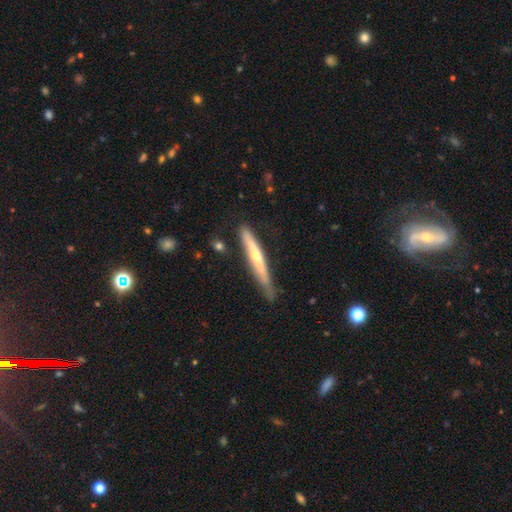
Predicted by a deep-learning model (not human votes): Smooth or featured? featured or disk (55%)
Edge-on disk? yes (92%)
Edge-on bulge? rounded (66%)
Merging? none (67%)